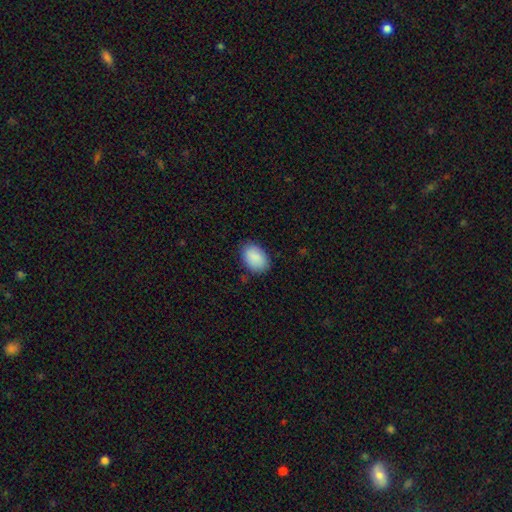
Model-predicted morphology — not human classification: This appears to be a smooth galaxy with no disk features (90%) that is in between round and cigar-shaped (87%). Merging: none (85%).